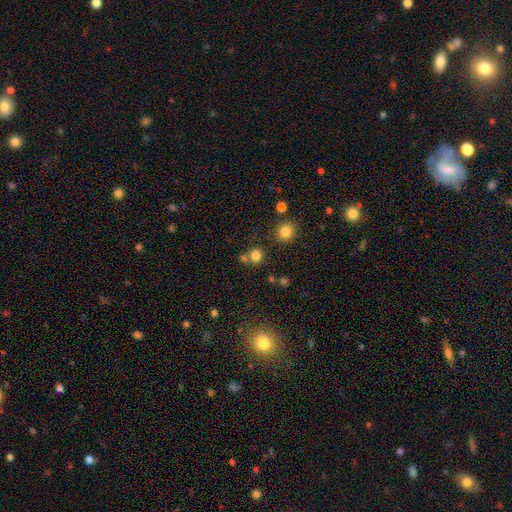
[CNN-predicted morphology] This is likely a smooth galaxy (79%). How rounded: clearly round (83%). Merging: likely none (66%).